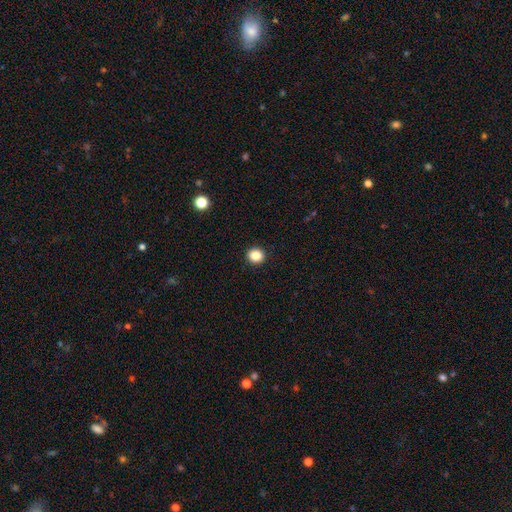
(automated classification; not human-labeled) The model was most divided on "how rounded": round: 87%, in between: 12%, cigar-shaped: 1%. More confident: merging — none (93%); smooth or featured — smooth (86%).